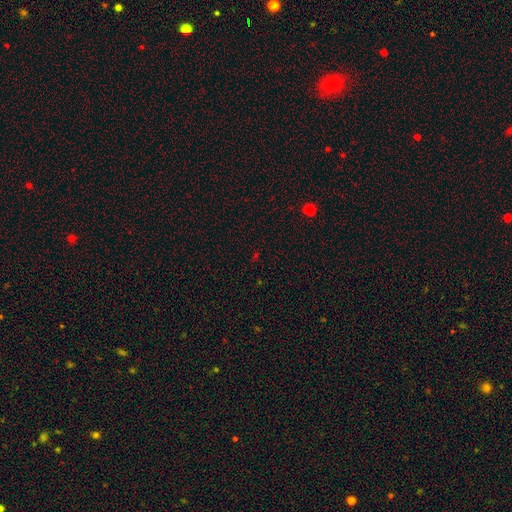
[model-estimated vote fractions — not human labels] smooth_or_featured: star or artifact (p=0.64) [alt: smooth p=0.29]